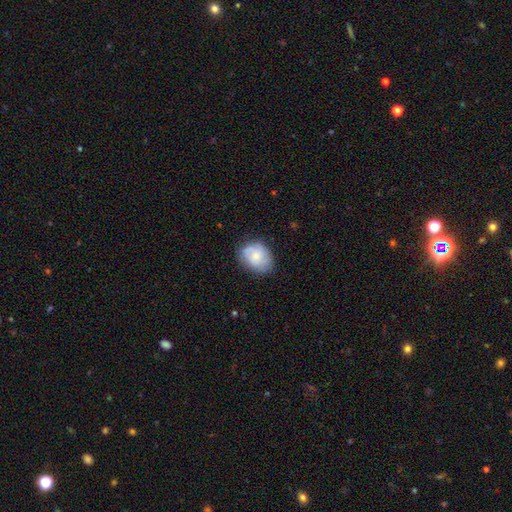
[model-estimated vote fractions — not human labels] smooth 54%, featured or disk 39%, star or artifact 7%. Down the decision tree: how rounded — in between (55%); merging — none (71%).